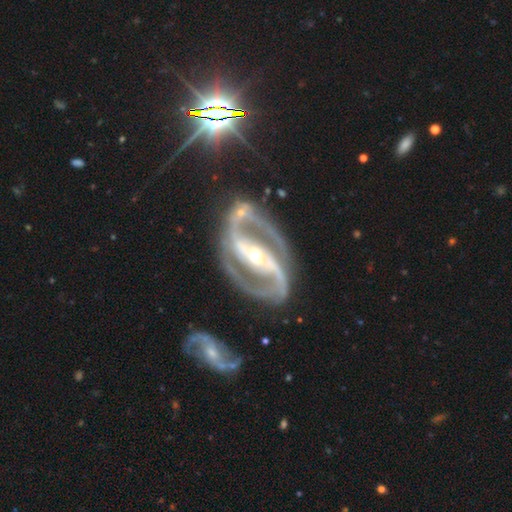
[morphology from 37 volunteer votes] This appears to be a featured or disk galaxy (92%) with a strong bar (71%), 2 (97%) tight (50%) spiral arms (97%) and a moderate central bulge (48%, tied with small). Merging: none (80%).